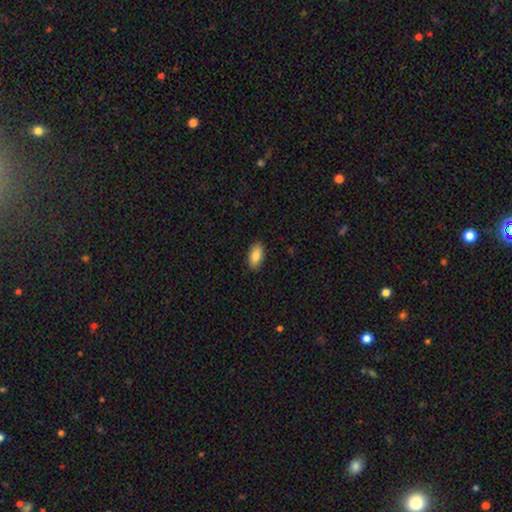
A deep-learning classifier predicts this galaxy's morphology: This is clearly a smooth galaxy (86%). How rounded: clearly in between (92%). Merging: clearly none (89%).